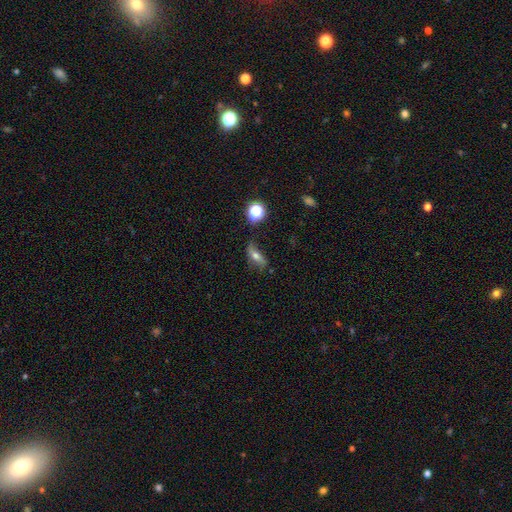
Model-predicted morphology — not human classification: type=smooth (50%); roundness=in between (66%); merging=none (59%).